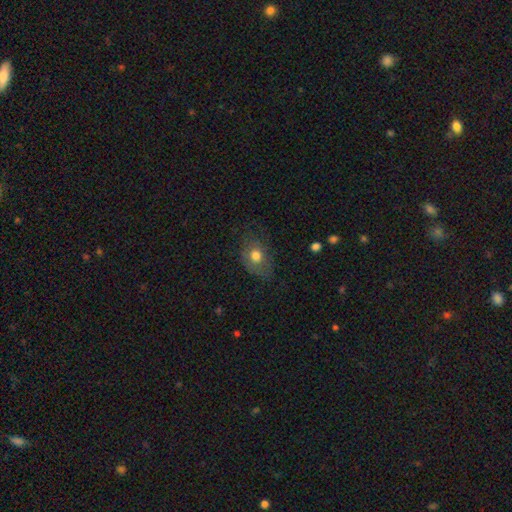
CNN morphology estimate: smooth-or-featured: smooth: 70% | featured or disk: 21% | star or artifact: 9%
  how-rounded: in between: 61% | round: 37% | cigar-shaped: 1%
  merging: none: 62% | minor disturbance: 24% | major disturbance: 12% | merger: 1%